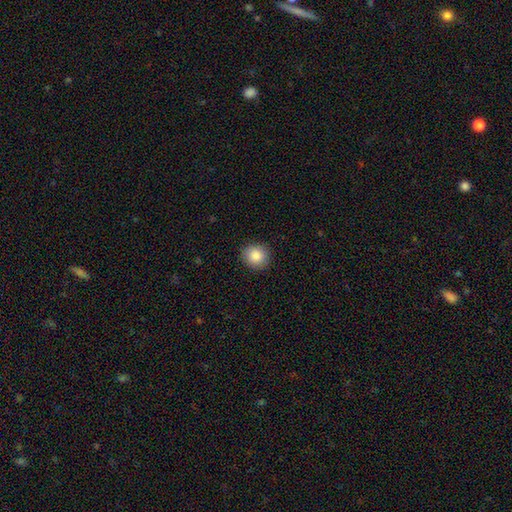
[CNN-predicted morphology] A smooth galaxy with no disk features (87%) that is round (90%). Merging: none (90%).